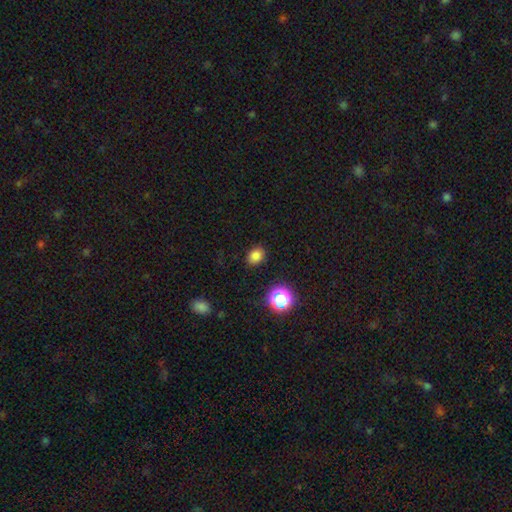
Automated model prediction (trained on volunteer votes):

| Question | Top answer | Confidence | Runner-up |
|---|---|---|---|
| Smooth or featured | smooth | 79% | star or artifact (16%) |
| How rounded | round | 51% | in between (48%) |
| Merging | none | 87% | minor disturbance (9%) |